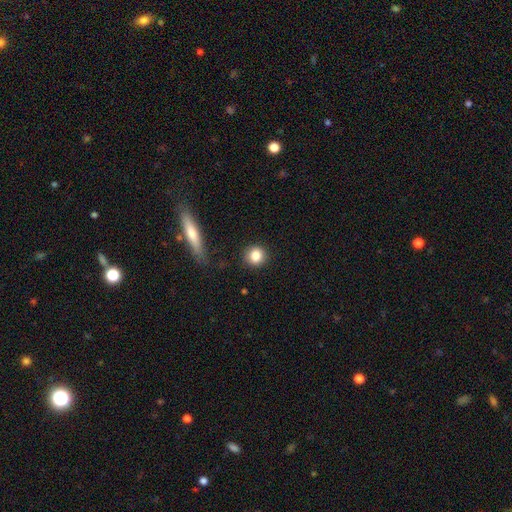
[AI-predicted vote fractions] This appears to be a smooth galaxy with no disk features (85%) that is round (90%). Merging: none (89%).